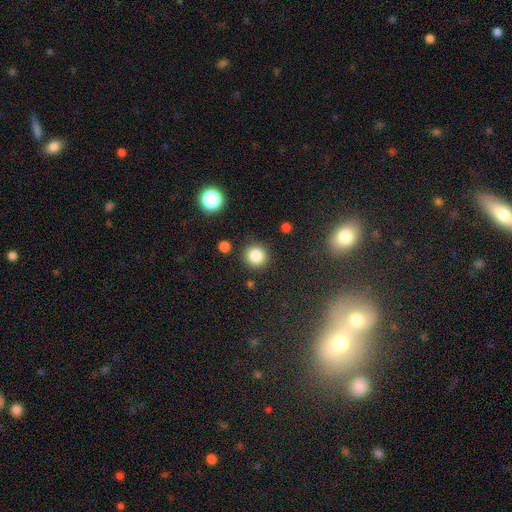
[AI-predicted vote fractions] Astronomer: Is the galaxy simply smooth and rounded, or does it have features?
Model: smooth — 83%.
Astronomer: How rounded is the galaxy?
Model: round — 92%.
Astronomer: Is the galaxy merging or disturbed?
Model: none — 88%.